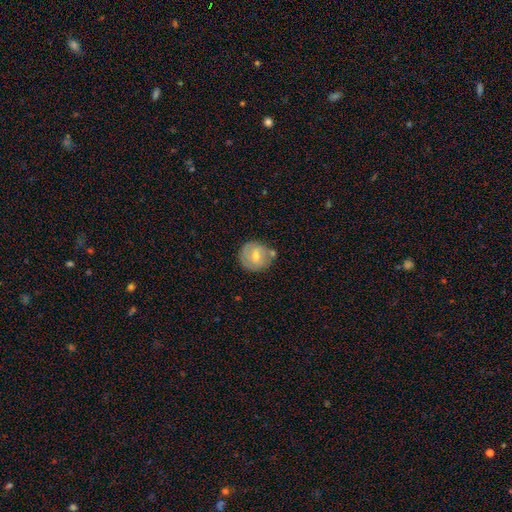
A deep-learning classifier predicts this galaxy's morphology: Q: Smooth or featured?
A: smooth (47%); runner-up: featured or disk (46%)
Q: Merging?
A: none (65%); runner-up: minor disturbance (19%)